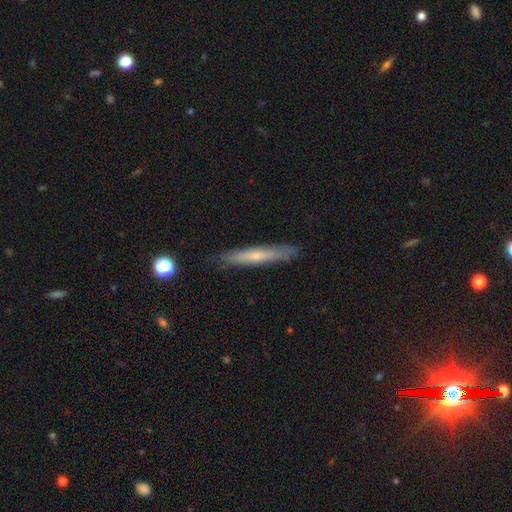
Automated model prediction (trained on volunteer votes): Morphology: type=smooth (53%); roundness=cigar-shaped (93%); merging=none (86%).